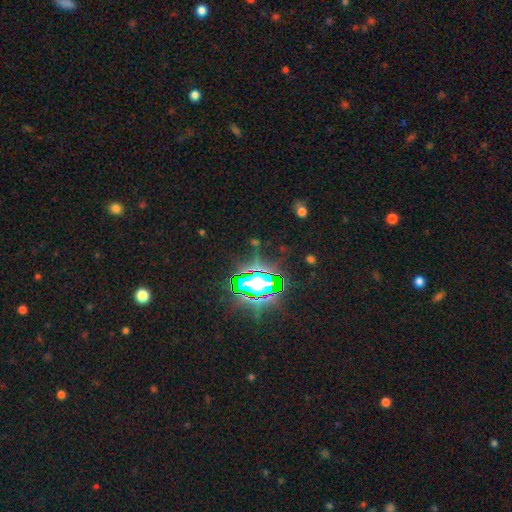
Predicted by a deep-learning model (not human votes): Morphology: type=star or artifact (80%).